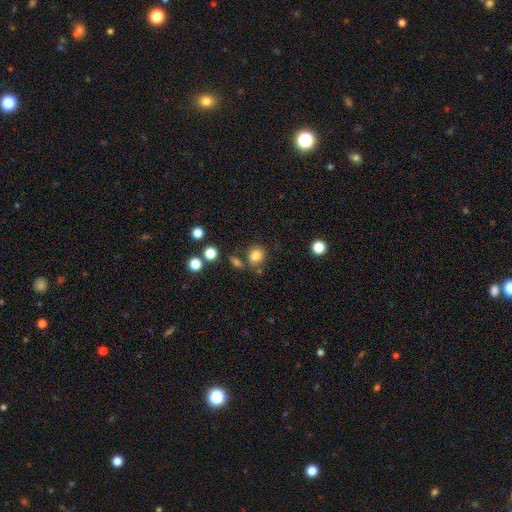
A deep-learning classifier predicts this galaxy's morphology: smooth_or_featured: smooth (p=0.82) [alt: star or artifact p=0.12]
how_rounded: round (p=0.70) [alt: in between p=0.29]
merging: none (p=0.71) [alt: minor disturbance p=0.13]